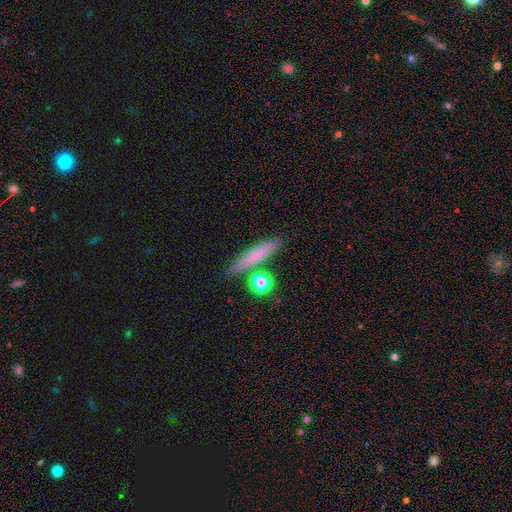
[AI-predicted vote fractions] Morphology: type=smooth (69%); roundness=cigar-shaped (81%); merging=none (76%).